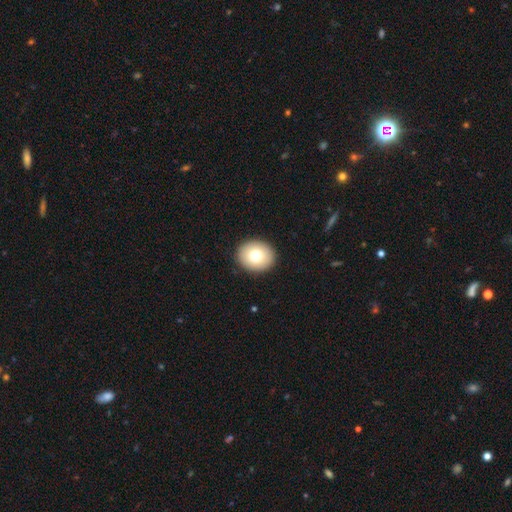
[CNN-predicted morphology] This is likely a smooth galaxy (76%). How rounded: likely round (63%). Merging: clearly none (92%).